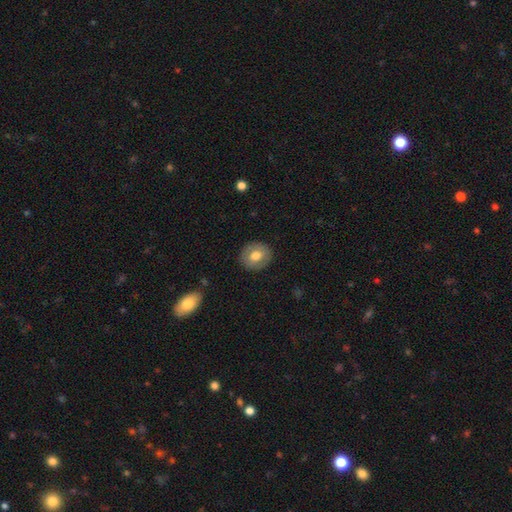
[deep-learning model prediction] This appears to be a smooth galaxy with no disk features (69%) that is round (78%). Merging: none (88%).